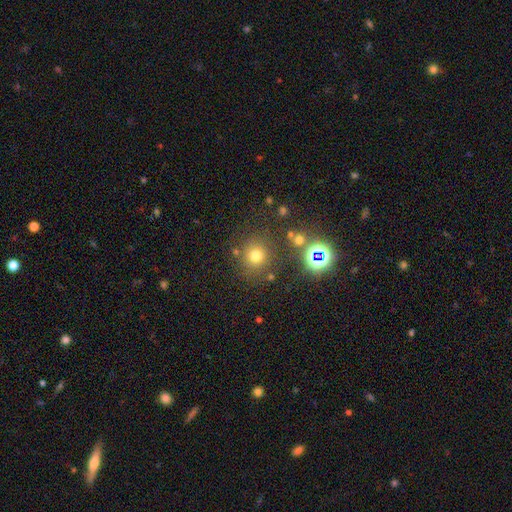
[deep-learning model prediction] Overall: smooth (70%). How rounded: round (91%). Merging: none (80%).